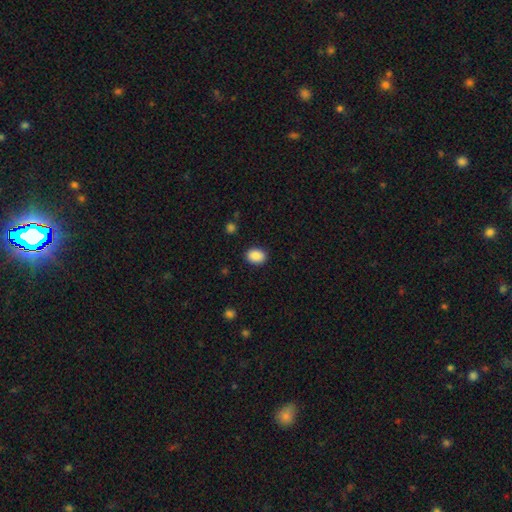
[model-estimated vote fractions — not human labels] A smooth galaxy with no disk features (90%) that is in between round and cigar-shaped (69%). Merging: none (88%).